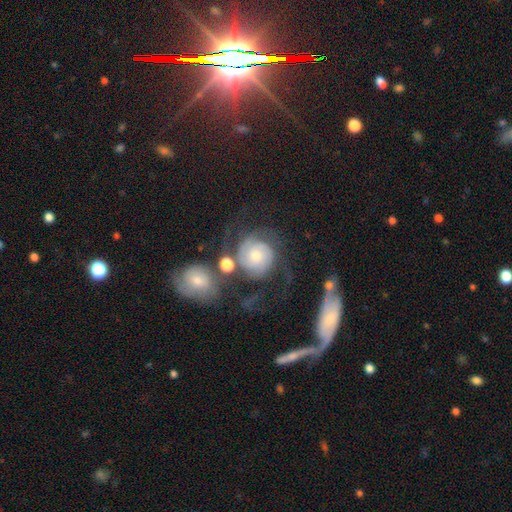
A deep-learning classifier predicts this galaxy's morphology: Smooth or featured?
  - featured or disk: 75% *
  - smooth: 17%
  - star or artifact: 7%
Edge-on disk?
  - no: 98% *
  - yes: 2%
Bar?
  - no: 72% *
  - weak: 23%
  - strong: 5%
Spiral arms?
  - yes: 94% *
  - no: 6%
Spiral winding?
  - tight: 50% *
  - medium: 35%
  - loose: 14%
Spiral arm count?
  - 2: 50% *
  - can't tell: 20%
  - 3: 16%
  - 4: 5%
  - 1: 5%
  - more than 4: 4%
Bulge size?
  - moderate: 51% *
  - small: 38%
  - large: 7%
  - none: 2%
  - dominant: 2%
Merging?
  - none: 51% *
  - major disturbance: 18%
  - minor disturbance: 16%
  - merger: 14%